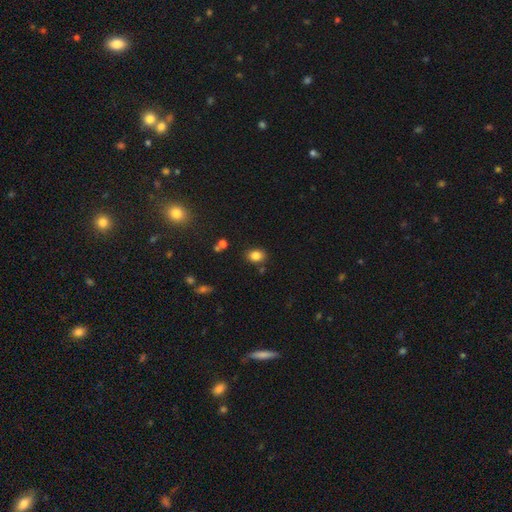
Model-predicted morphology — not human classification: Overall: smooth (84%). How rounded: in between (63%; round 36%). Merging: none (81%).